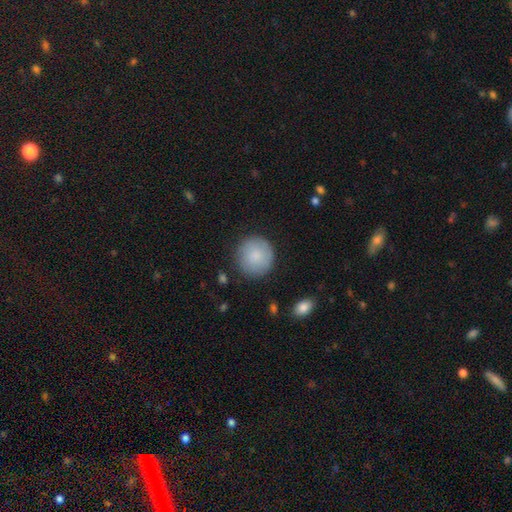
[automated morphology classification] Q: Smooth or featured?
A: smooth (85%); runner-up: featured or disk (9%)
Q: How rounded?
A: round (94%); runner-up: in between (5%)
Q: Merging?
A: none (86%); runner-up: minor disturbance (10%)